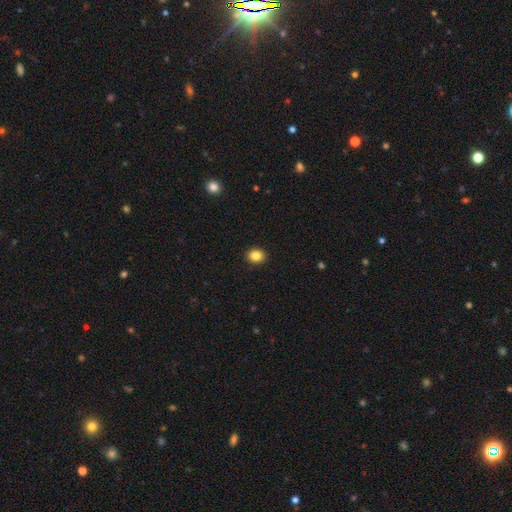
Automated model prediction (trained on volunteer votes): Smooth or featured?
  - smooth: 86% *
  - star or artifact: 10%
  - featured or disk: 5%
How rounded?
  - round: 60% *
  - in between: 39%
  - cigar-shaped: 1%
Merging?
  - none: 92% *
  - minor disturbance: 6%
  - major disturbance: 2%
  - merger: 1%